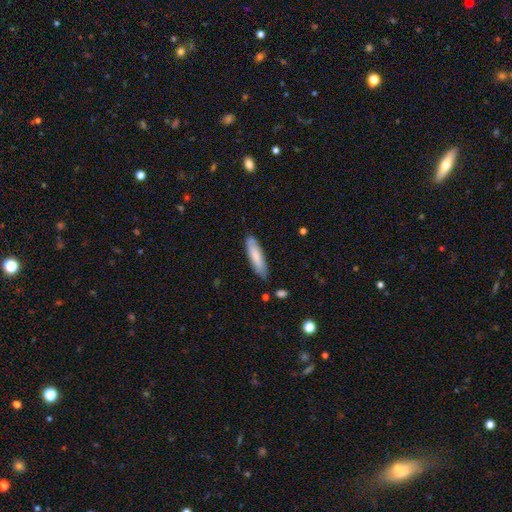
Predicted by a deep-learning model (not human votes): Q: Smooth or featured?
A: smooth (77%); runner-up: featured or disk (17%)
Q: How rounded?
A: cigar-shaped (70%); runner-up: in between (28%)
Q: Merging?
A: none (79%); runner-up: minor disturbance (17%)